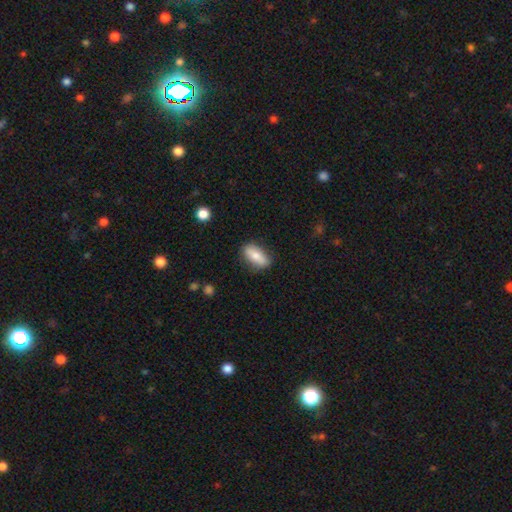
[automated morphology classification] smooth 76%, featured or disk 17%, star or artifact 6%. Down the decision tree: how rounded — in between (83%); merging — none (79%).